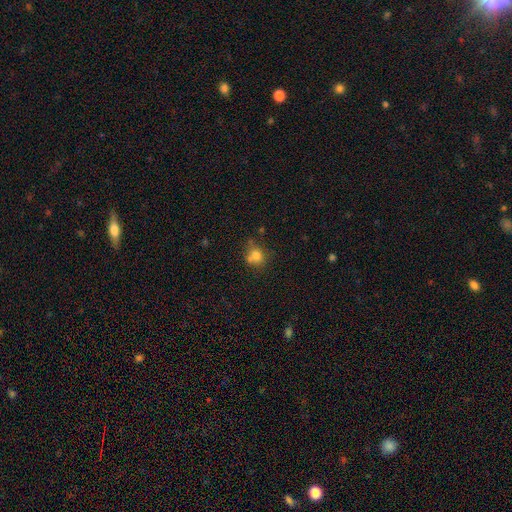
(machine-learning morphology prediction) Smooth or featured? Predicted: smooth (p=0.76). How rounded? Predicted: round (p=0.69). Merging? Predicted: none (p=0.52).